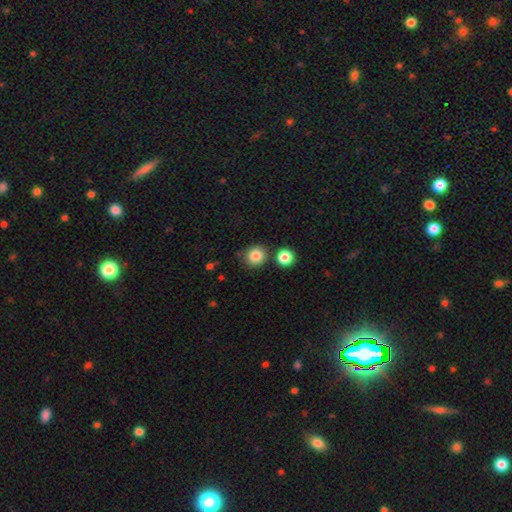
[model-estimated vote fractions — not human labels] smooth-or-featured: smooth: 84% | star or artifact: 10% | featured or disk: 6%
  how-rounded: round: 89% | in between: 10% | cigar-shaped: 1%
  merging: none: 80% | merger: 9% | minor disturbance: 9% | major disturbance: 3%